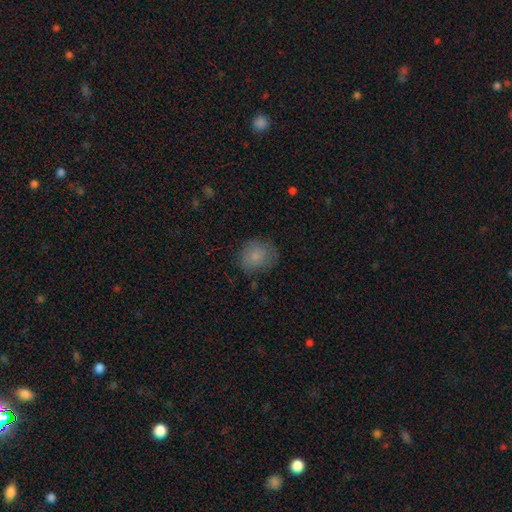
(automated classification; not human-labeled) The model was most divided on "how rounded": round: 75%, in between: 24%, cigar-shaped: 1%. More confident: smooth or featured — smooth (81%); merging — none (72%).